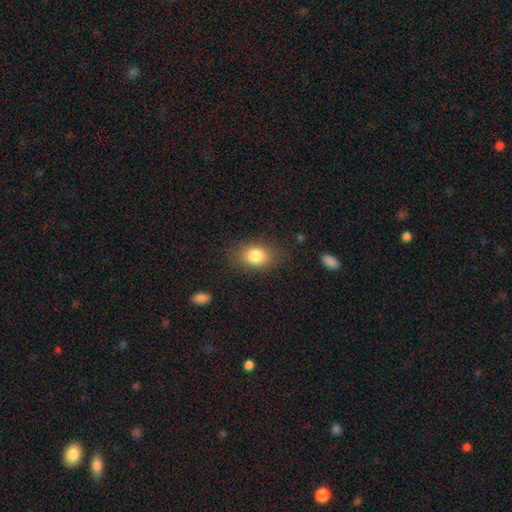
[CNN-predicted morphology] Smooth or featured?
  - smooth: 83% *
  - star or artifact: 9%
  - featured or disk: 8%
How rounded?
  - in between: 66% *
  - round: 32%
  - cigar-shaped: 1%
Merging?
  - none: 80% *
  - minor disturbance: 14%
  - major disturbance: 5%
  - merger: 1%